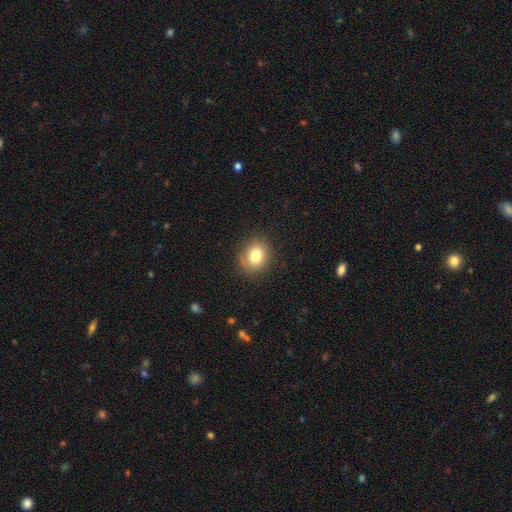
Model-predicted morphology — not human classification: Q: Smooth or featured?
A: smooth (78%); runner-up: featured or disk (12%)
Q: How rounded?
A: round (61%); runner-up: in between (38%)
Q: Merging?
A: none (81%); runner-up: minor disturbance (14%)